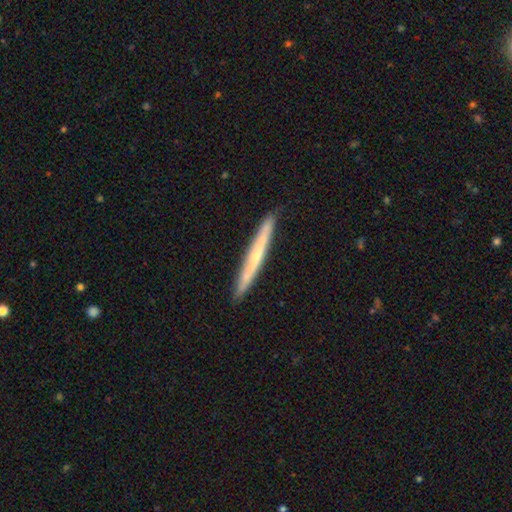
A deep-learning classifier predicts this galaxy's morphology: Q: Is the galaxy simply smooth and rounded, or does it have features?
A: featured or disk — 51%.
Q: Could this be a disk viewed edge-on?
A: yes — 96%.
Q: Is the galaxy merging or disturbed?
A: none — 90%.